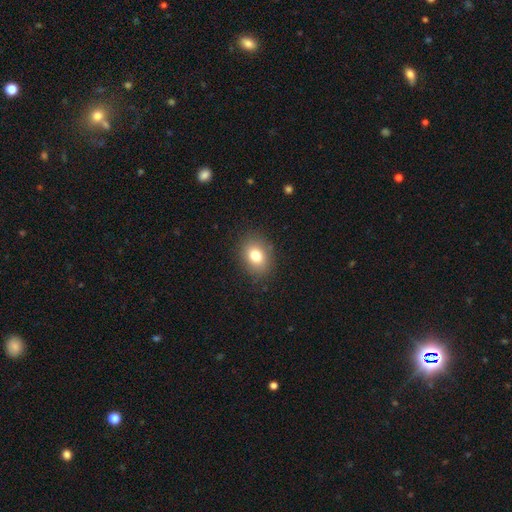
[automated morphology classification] A smooth galaxy with no disk features (78%) that is in between round and cigar-shaped (63%). Merging: none (86%).